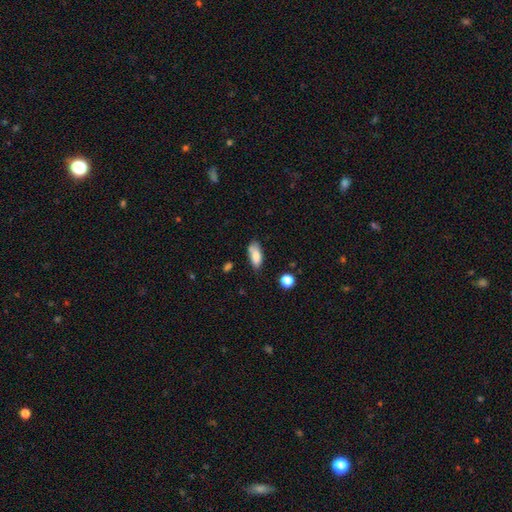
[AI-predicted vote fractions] A smooth galaxy with no disk features (82%) that is in between round and cigar-shaped (84%).

Vote fractions:
- Smooth or featured? smooth: 82% / featured or disk: 10% / star or artifact: 8%
- How rounded? in between: 84% / cigar-shaped: 14% / round: 3%
- Merging? none: 63% / minor disturbance: 26% / major disturbance: 6% / merger: 5%